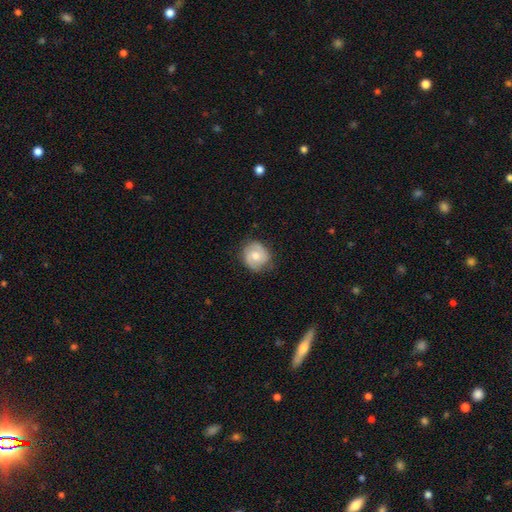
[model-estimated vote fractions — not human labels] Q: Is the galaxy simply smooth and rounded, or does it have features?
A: smooth — 50%.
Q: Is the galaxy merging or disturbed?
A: none — 77%.